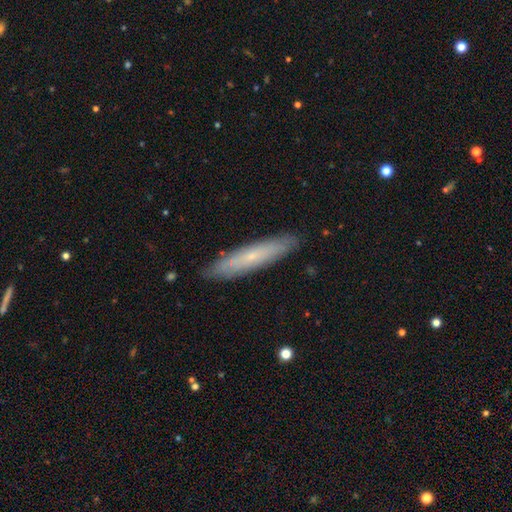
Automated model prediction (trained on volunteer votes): smooth_or_featured: smooth (p=0.47) [alt: featured or disk p=0.45]
merging: none (p=0.89) [alt: minor disturbance p=0.09]